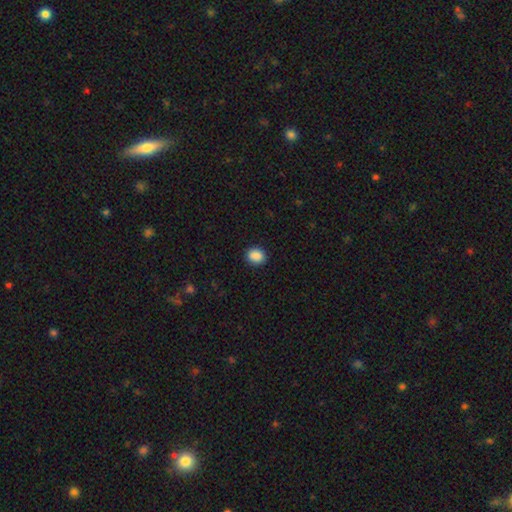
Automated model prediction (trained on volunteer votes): Q: Smooth or featured?
A: smooth (89%); runner-up: star or artifact (9%)
Q: How rounded?
A: round (60%); runner-up: in between (39%)
Q: Merging?
A: none (91%); runner-up: minor disturbance (7%)